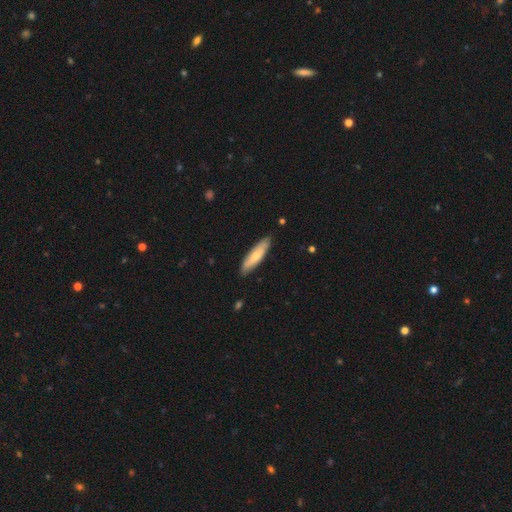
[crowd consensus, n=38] smooth-or-featured: smooth: 74% | featured or disk: 26% | star or artifact: 0%
  how-rounded: cigar-shaped: 57% | in between: 43% | round: 0%
  merging: none: 79% | minor disturbance: 16% | major disturbance: 3% | merger: 3%